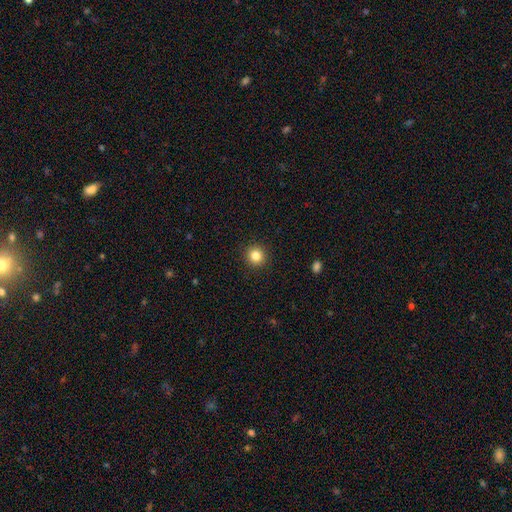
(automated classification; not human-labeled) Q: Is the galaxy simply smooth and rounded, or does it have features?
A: smooth — 83%.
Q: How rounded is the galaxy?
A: round — 94%.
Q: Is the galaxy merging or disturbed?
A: none — 92%.